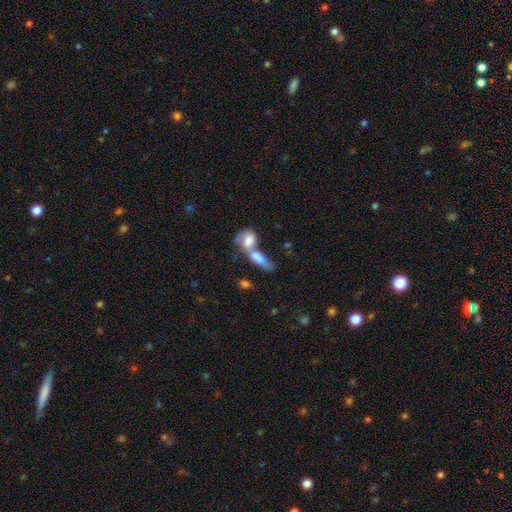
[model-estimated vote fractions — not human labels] A smooth galaxy with no disk features (67%) that is in between round and cigar-shaped (72%). Merging: merger (77%).